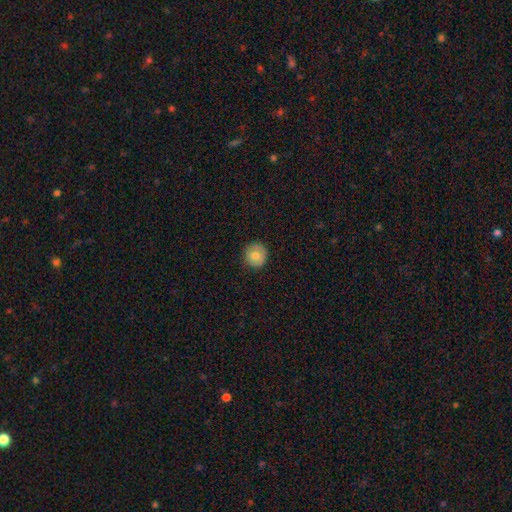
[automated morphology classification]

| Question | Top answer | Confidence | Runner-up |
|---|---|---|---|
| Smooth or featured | smooth | 78% | featured or disk (13%) |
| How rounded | round | 94% | in between (5%) |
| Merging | none | 88% | minor disturbance (9%) |